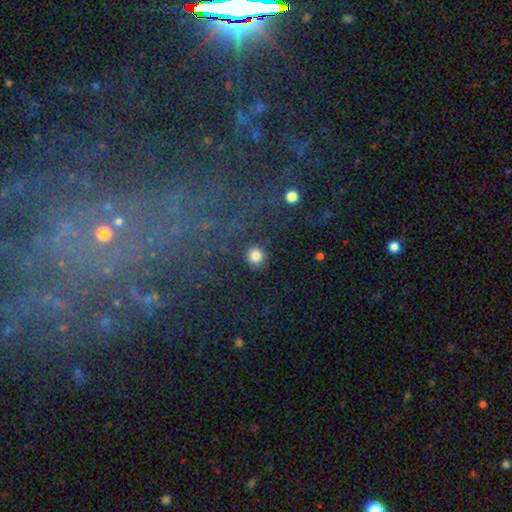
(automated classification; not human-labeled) Smooth or featured? smooth (82%)
How rounded? round (94%)
Merging? none (89%)